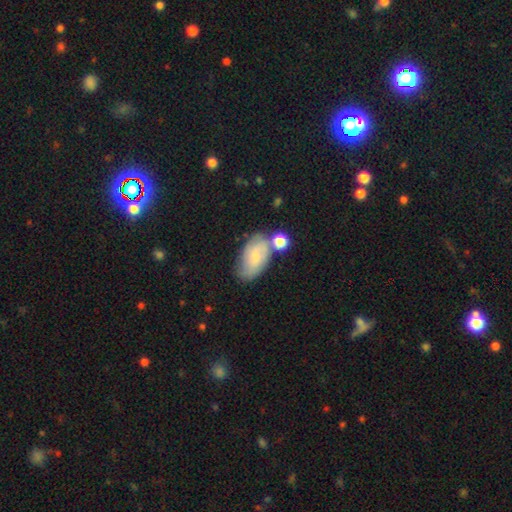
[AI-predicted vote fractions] Smooth or featured?
  - smooth: 55% *
  - featured or disk: 37%
  - star or artifact: 8%
How rounded?
  - in between: 91% *
  - round: 7%
  - cigar-shaped: 3%
Merging?
  - none: 51% *
  - minor disturbance: 22%
  - merger: 20%
  - major disturbance: 7%